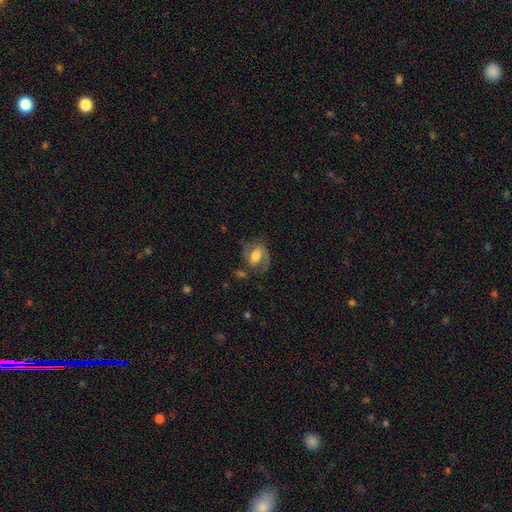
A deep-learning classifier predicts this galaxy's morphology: The model was most divided on "bar": weak: 42%, no: 34%, strong: 24%. More confident: edge-on disk — no (96%); spiral arms — yes (86%); spiral arm count — 2 (75%); smooth or featured — featured or disk (66%); merging — none (60%); bulge size — moderate (58%); spiral winding — medium (50%).